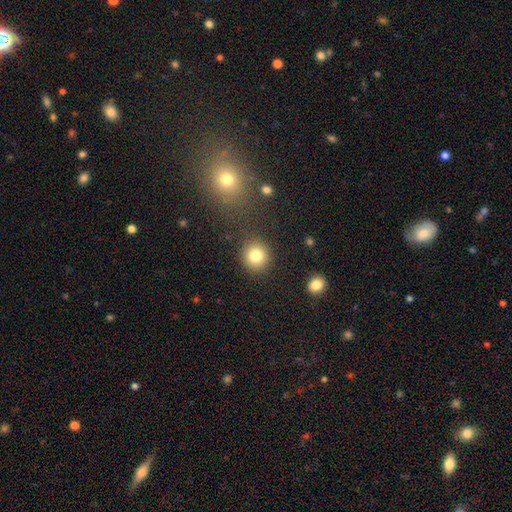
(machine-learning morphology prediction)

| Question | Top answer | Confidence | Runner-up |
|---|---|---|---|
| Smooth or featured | smooth | 81% | star or artifact (11%) |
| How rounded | round | 90% | in between (9%) |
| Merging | none | 87% | minor disturbance (7%) |